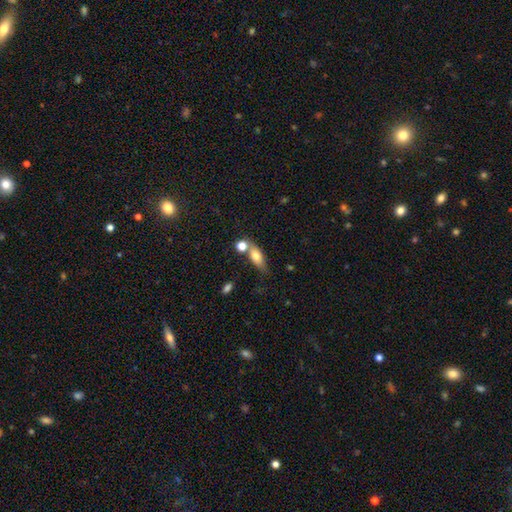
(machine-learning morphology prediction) smooth-or-featured: smooth: 71% | featured or disk: 20% | star or artifact: 9%
  how-rounded: in between: 73% | cigar-shaped: 19% | round: 7%
  merging: none: 54% | merger: 24% | minor disturbance: 16% | major disturbance: 6%